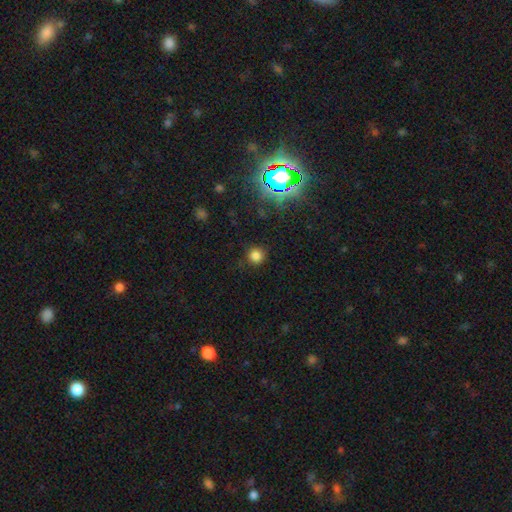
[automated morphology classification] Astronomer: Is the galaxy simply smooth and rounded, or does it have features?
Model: smooth — 78%.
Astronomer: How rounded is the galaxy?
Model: round — 93%.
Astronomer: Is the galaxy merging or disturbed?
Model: none — 87%.